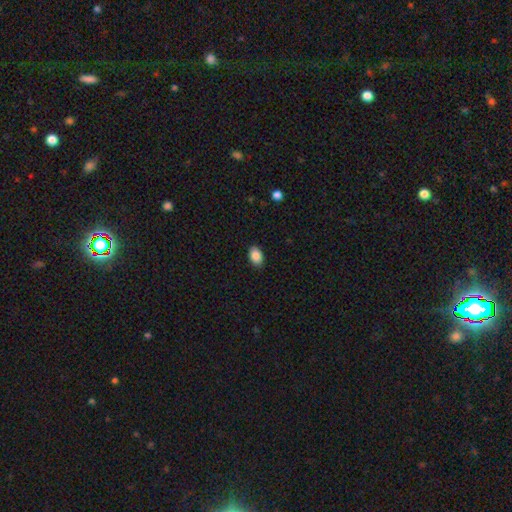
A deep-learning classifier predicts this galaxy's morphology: Smooth or featured: smooth — 88% (star or artifact — 8%)
How rounded: in between — 88% (round — 11%)
Merging: none — 89% (minor disturbance — 8%)